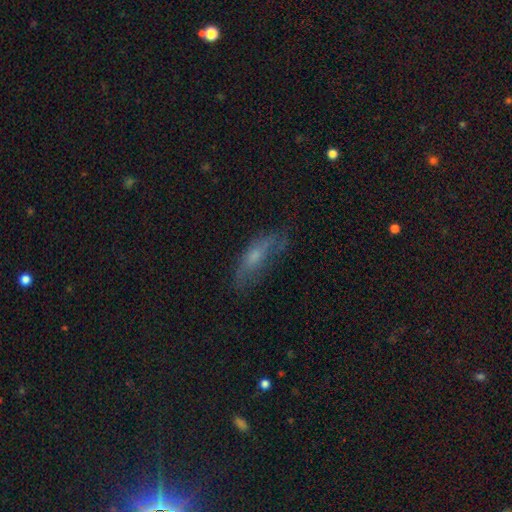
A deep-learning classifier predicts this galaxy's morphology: type=smooth (48%); merging=none (54%).